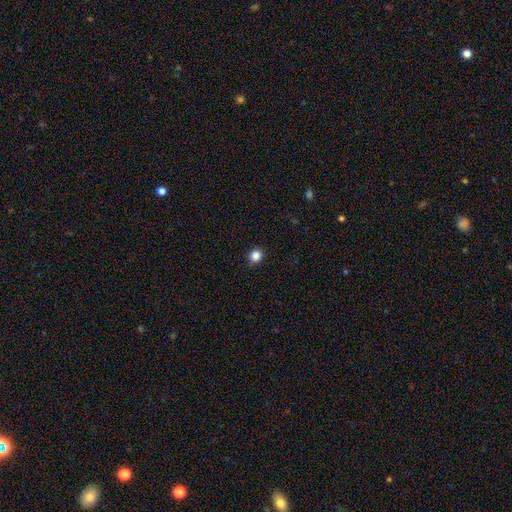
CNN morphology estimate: This appears to be a smooth galaxy with no disk features (84%) that is round (81%). Merging: none (89%).